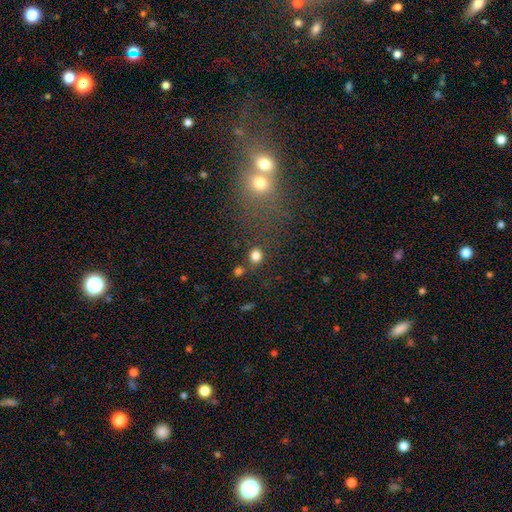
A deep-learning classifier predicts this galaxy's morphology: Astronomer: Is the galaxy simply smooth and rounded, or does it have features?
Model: smooth — 81%.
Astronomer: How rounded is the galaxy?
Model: round — 78%.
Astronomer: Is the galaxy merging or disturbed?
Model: none — 77%.